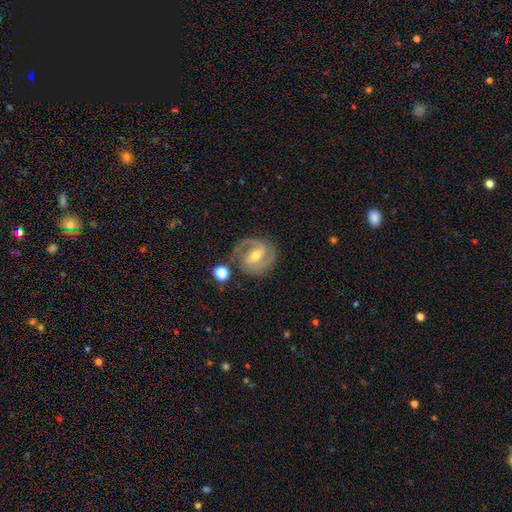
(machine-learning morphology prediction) featured or disk 84%, smooth 10%, star or artifact 6%. Down the decision tree: edge-on disk — no (97%); bar — weak (43%); spiral arms — yes (95%); spiral arm count — 2 (85%); spiral winding — medium (47%); bulge size — moderate (59%); merging — none (75%).